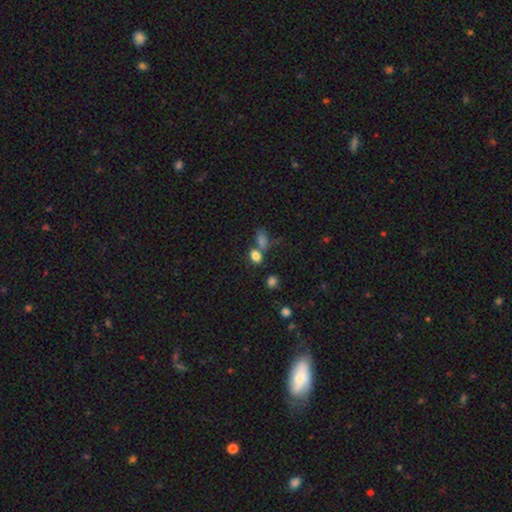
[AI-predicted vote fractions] This is likely a smooth galaxy (79%). How rounded: likely in between (71%). Merging: possibly none (49%).